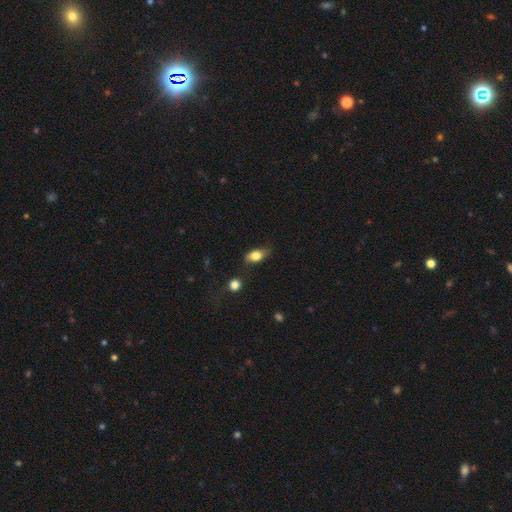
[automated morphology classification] Smooth or featured? Predicted: smooth (p=0.75). How rounded? Predicted: in between (p=0.81). Merging? Predicted: none (p=0.64).